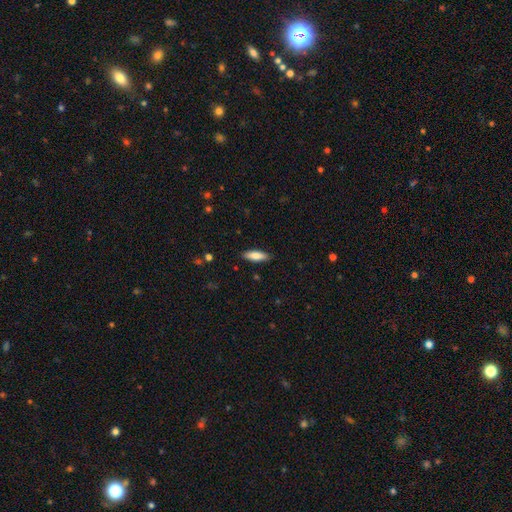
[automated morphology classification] type=smooth (83%); roundness=in between (57%); merging=none (89%).